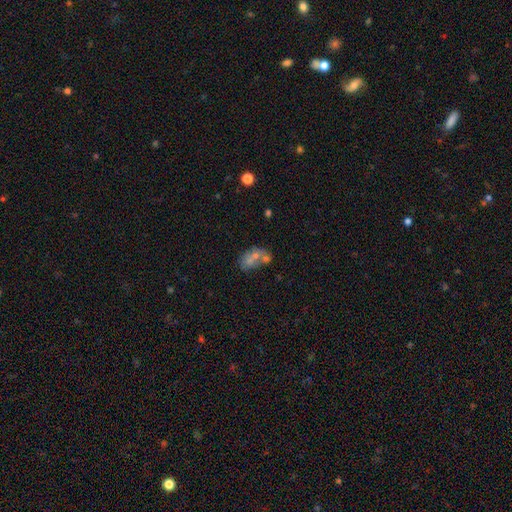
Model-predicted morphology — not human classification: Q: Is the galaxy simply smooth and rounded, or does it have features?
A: smooth — 47%.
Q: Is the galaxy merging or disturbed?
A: merger — 47%.